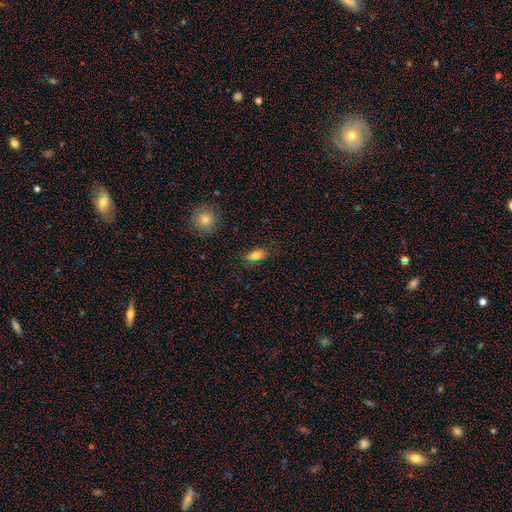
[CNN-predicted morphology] A smooth galaxy with no disk features (79%) that is in between round and cigar-shaped (84%).

Vote fractions:
- Smooth or featured? smooth: 79% / featured or disk: 11% / star or artifact: 10%
- How rounded? in between: 84% / round: 10% / cigar-shaped: 7%
- Merging? none: 77% / minor disturbance: 16% / major disturbance: 4% / merger: 2%